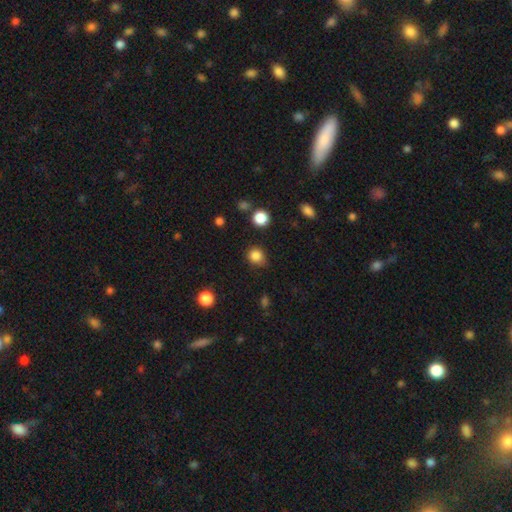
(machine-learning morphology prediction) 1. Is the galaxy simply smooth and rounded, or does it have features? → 84% smooth, 12% star or artifact, 4% featured or disk.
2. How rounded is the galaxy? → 81% round, 18% in between, 1% cigar-shaped.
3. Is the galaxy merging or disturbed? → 77% none, 17% minor disturbance, 4% major disturbance, 2% merger.